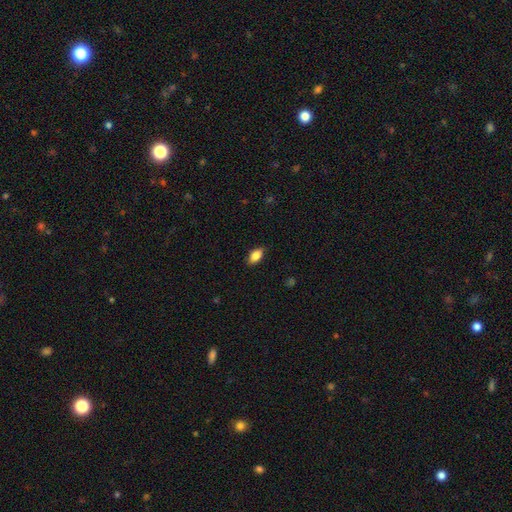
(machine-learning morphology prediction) smooth 85%, featured or disk 8%, star or artifact 7%. Down the decision tree: how rounded — in between (89%); merging — none (84%).